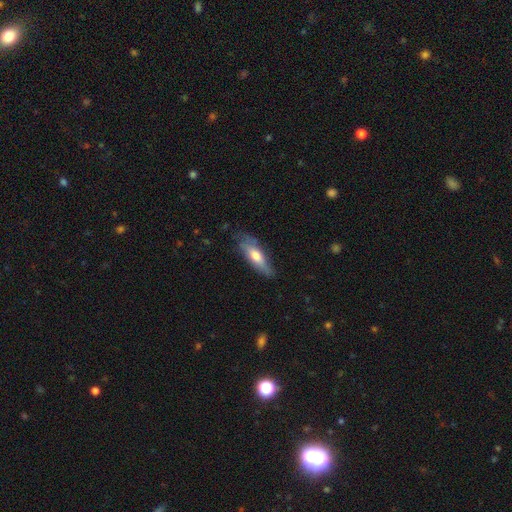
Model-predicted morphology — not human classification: smooth 61%, featured or disk 33%, star or artifact 6%. Down the decision tree: how rounded — cigar-shaped (50%); merging — none (67%).